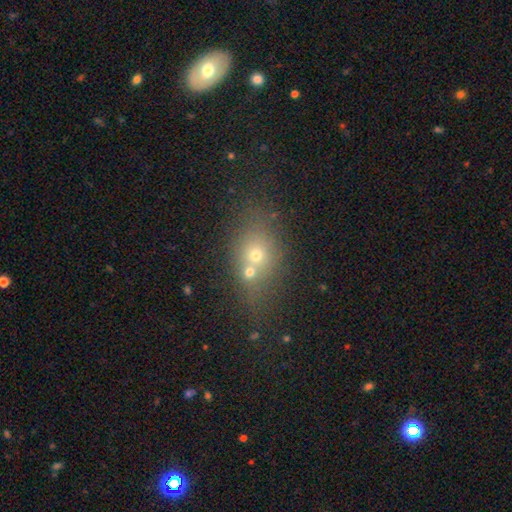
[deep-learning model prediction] The model was most divided on "how rounded": in between: 49%, round: 47%, cigar-shaped: 4%. Remaining: smooth or featured — smooth (55%); merging — merger (47%).